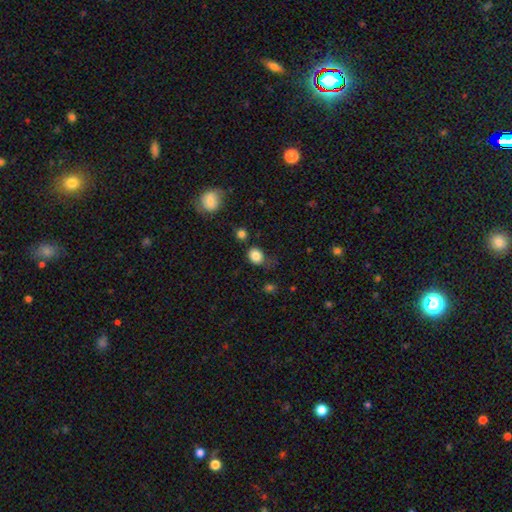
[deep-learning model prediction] smooth-or-featured: smooth: 84% | star or artifact: 10% | featured or disk: 6%
  how-rounded: round: 63% | in between: 36% | cigar-shaped: 1%
  merging: none: 63% | minor disturbance: 24% | major disturbance: 8% | merger: 5%